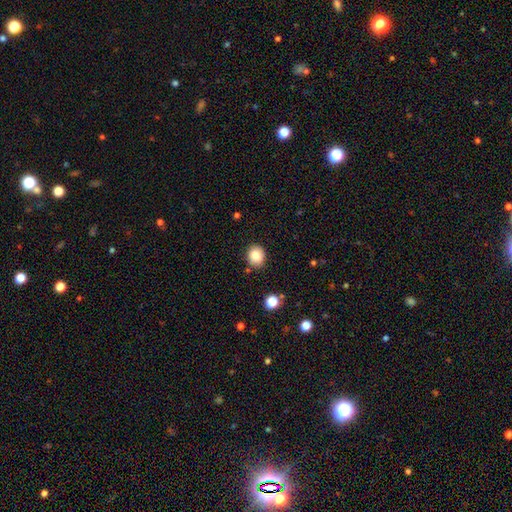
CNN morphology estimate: The model was most divided on "how rounded": round: 73%, in between: 26%, cigar-shaped: 1%. More confident: merging — none (86%); smooth or featured — smooth (84%).